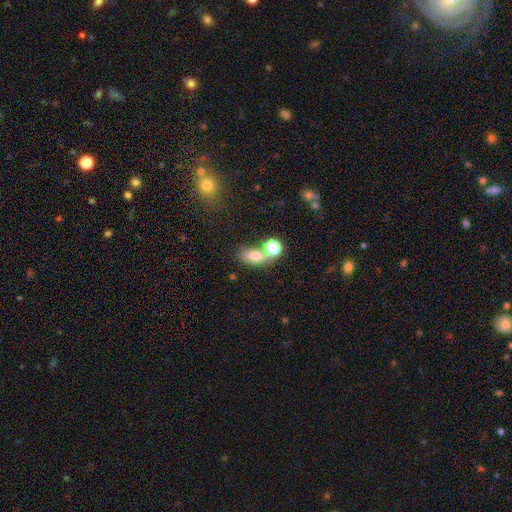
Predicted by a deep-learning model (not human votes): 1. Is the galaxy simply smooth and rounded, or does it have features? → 71% smooth, 16% star or artifact, 13% featured or disk.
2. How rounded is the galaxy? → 76% in between, 20% round, 4% cigar-shaped.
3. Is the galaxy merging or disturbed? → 48% none, 32% merger, 13% minor disturbance, 7% major disturbance.